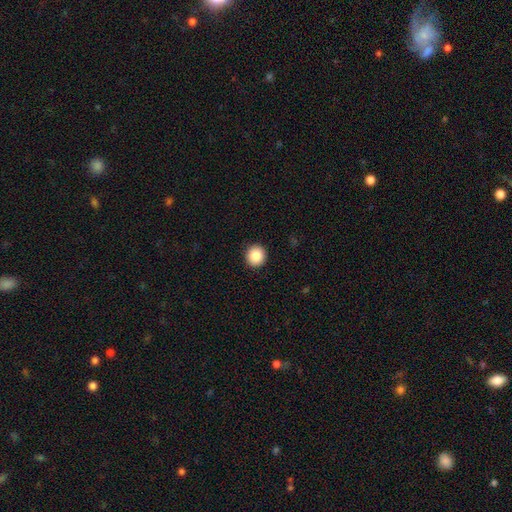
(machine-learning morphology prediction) Smooth or featured? smooth (86%)
How rounded? round (94%)
Merging? none (93%)